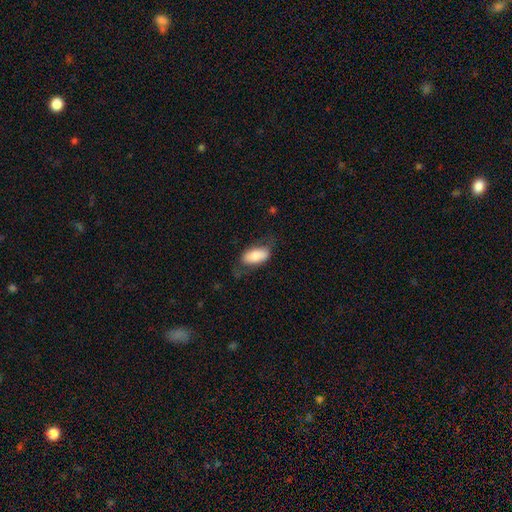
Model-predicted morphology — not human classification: Smooth or featured? smooth (76%)
How rounded? in between (92%)
Merging? none (61%)